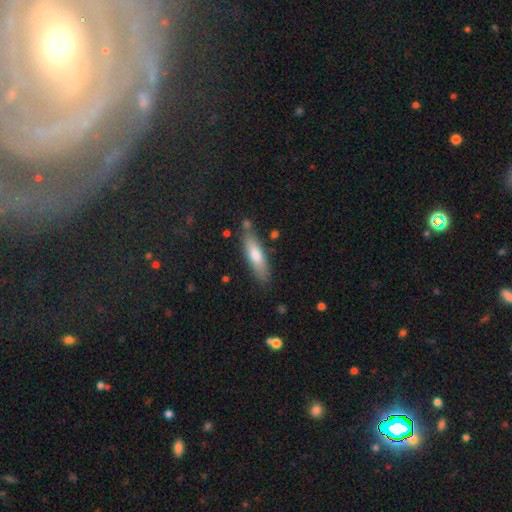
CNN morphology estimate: smooth_or_featured: smooth (p=0.70) [alt: featured or disk p=0.24]
how_rounded: cigar-shaped (p=0.66) [alt: in between p=0.33]
merging: none (p=0.79) [alt: minor disturbance p=0.14]